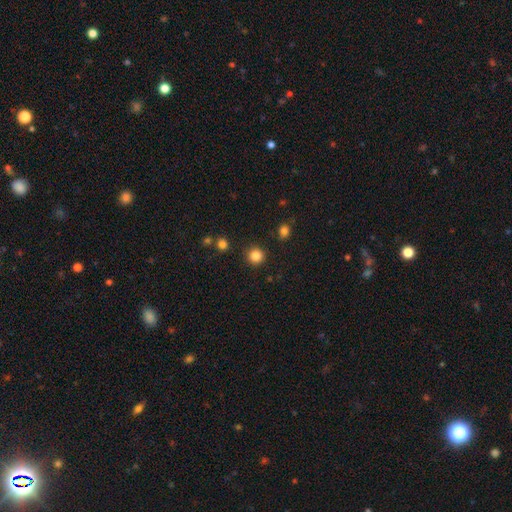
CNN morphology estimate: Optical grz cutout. It shows a smooth galaxy with no disk features (85%) that is round (94%). Merging: none (90%).